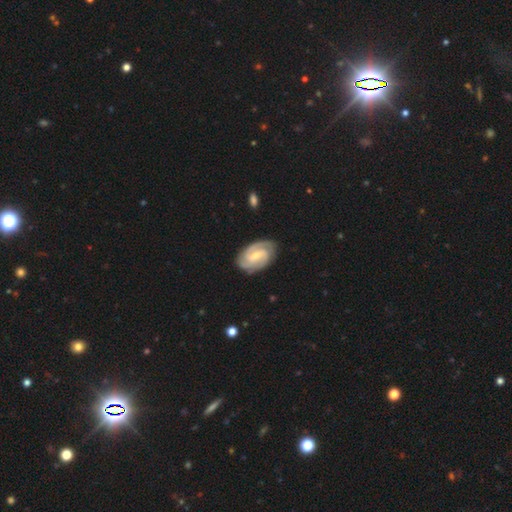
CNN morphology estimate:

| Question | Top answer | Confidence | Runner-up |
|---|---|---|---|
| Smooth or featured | featured or disk | 85% | smooth (11%) |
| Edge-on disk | no | 97% | yes (3%) |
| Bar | weak | 55% | no (24%) |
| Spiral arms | yes | 97% | no (3%) |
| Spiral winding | tight | 57% | medium (35%) |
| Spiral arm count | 2 | 52% | 3 (24%) |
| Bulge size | small | 55% | moderate (39%) |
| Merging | none | 81% | minor disturbance (14%) |